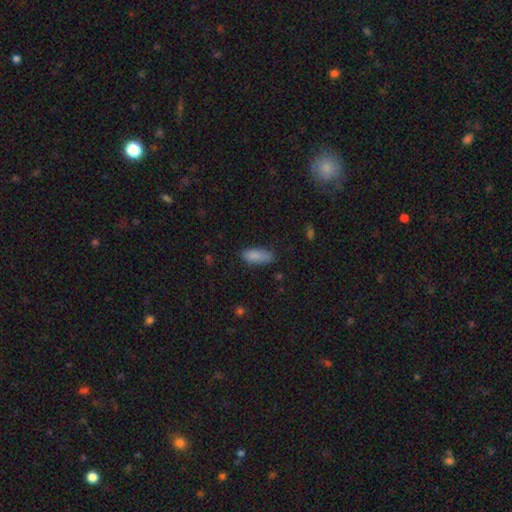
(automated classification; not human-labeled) A smooth galaxy with no disk features (86%) that is in between round and cigar-shaped (78%).

Vote fractions:
- Smooth or featured? smooth: 86% / star or artifact: 7% / featured or disk: 6%
- How rounded? in between: 78% / cigar-shaped: 20% / round: 2%
- Merging? none: 71% / minor disturbance: 23% / major disturbance: 4% / merger: 2%